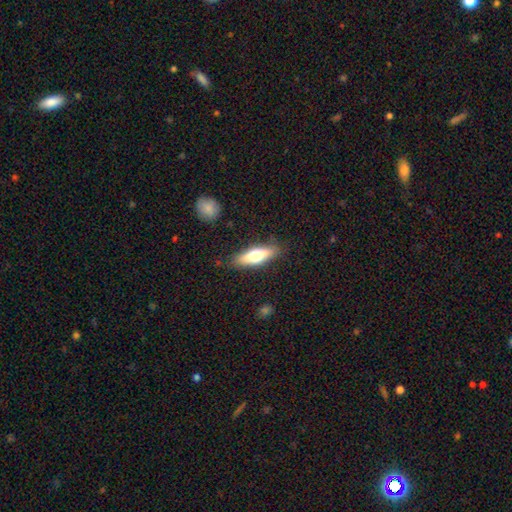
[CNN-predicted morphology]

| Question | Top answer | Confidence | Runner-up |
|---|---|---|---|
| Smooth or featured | smooth | 60% | featured or disk (34%) |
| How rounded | cigar-shaped | 57% | in between (41%) |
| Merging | none | 85% | minor disturbance (11%) |